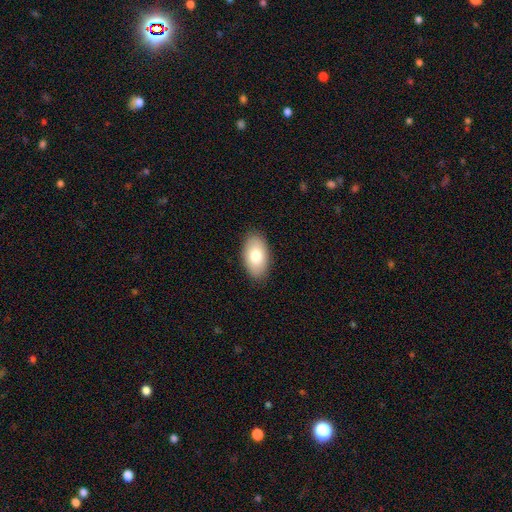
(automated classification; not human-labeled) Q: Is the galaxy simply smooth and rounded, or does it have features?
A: smooth — 80%.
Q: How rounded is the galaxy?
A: in between — 95%.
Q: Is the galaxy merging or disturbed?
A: none — 88%.